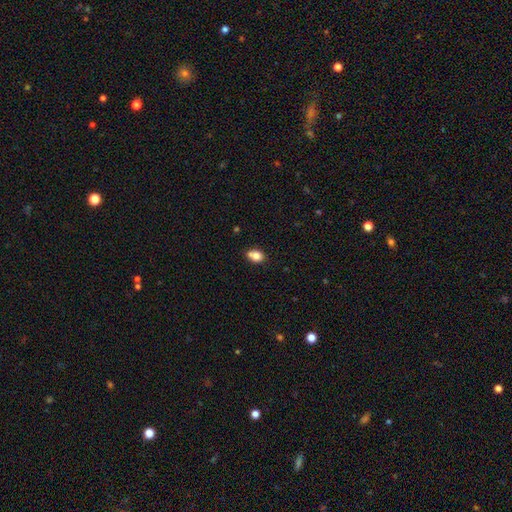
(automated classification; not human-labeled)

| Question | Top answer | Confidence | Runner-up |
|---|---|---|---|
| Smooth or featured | smooth | 79% | featured or disk (11%) |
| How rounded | in between | 58% | round (41%) |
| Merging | none | 53% | merger (24%) |